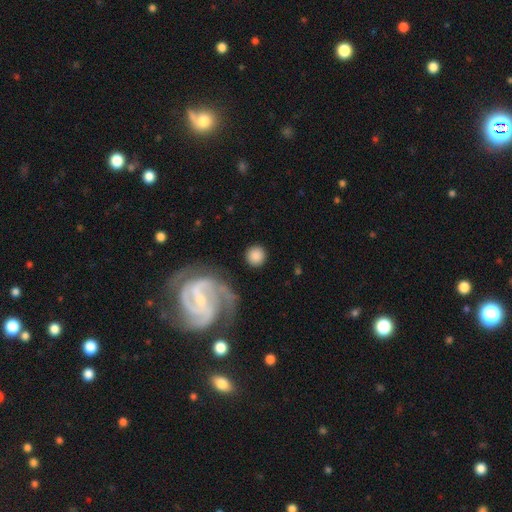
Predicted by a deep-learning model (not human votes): The model was most divided on "smooth or featured": smooth: 78%, featured or disk: 14%, star or artifact: 7%. More confident: how rounded — round (92%); merging — none (83%).